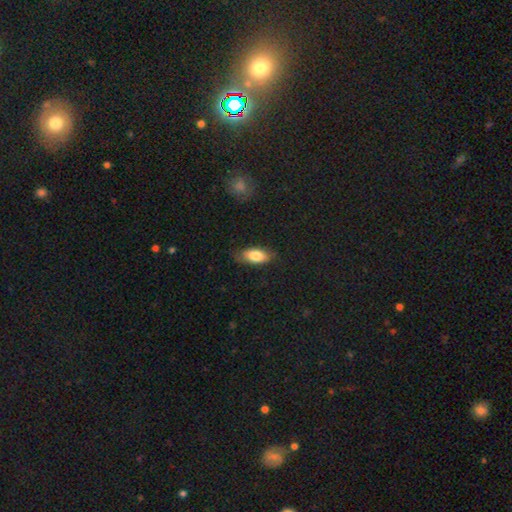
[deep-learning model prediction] Smooth or featured: smooth — 78% (featured or disk — 15%)
How rounded: in between — 87% (cigar-shaped — 10%)
Merging: none — 75% (minor disturbance — 19%)